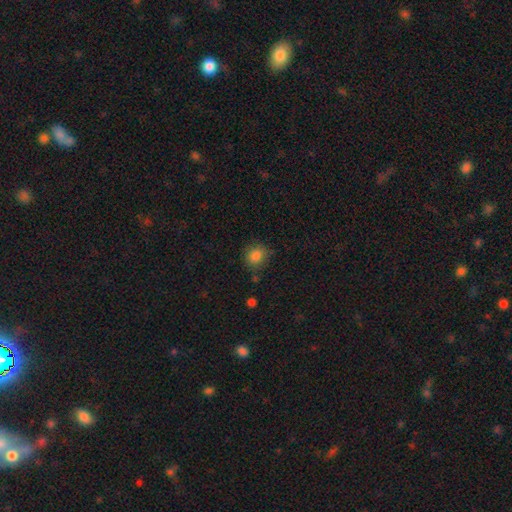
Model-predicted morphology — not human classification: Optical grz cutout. It shows a smooth galaxy with no disk features (84%) that is round (81%). Merging: none (77%).